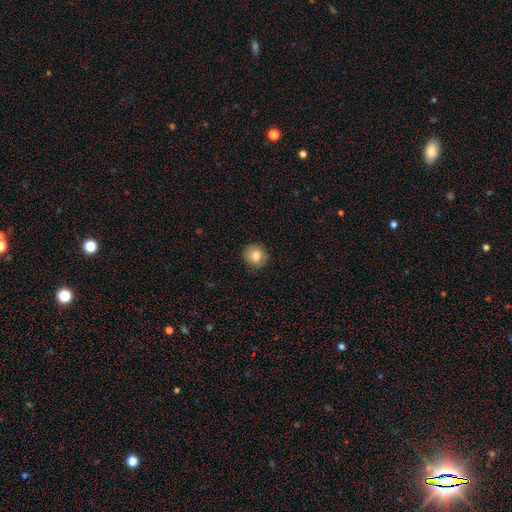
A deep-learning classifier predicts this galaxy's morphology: Overall: smooth (80%). How rounded: round (93%). Merging: none (88%).